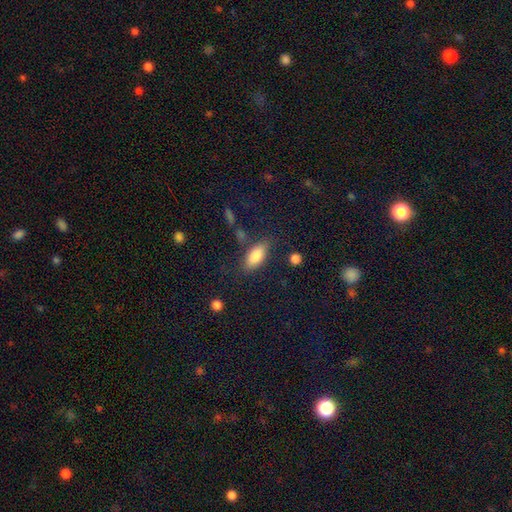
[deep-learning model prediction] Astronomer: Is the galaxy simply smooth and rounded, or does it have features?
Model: smooth — 83%.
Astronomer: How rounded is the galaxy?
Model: in between — 85%.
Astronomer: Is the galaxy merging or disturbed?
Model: none — 74%.